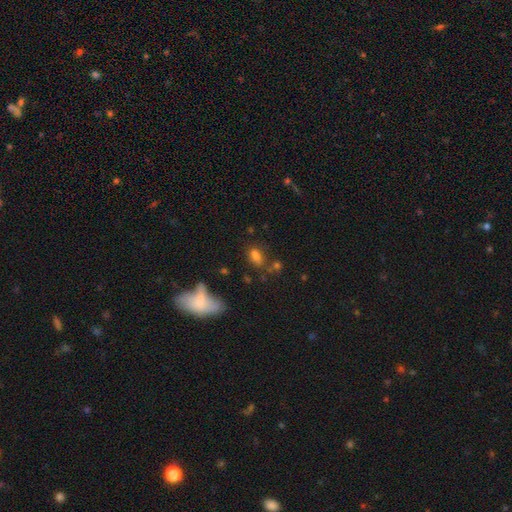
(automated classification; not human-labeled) smooth-or-featured: smooth: 74% | star or artifact: 16% | featured or disk: 9%
  how-rounded: in between: 82% | round: 11% | cigar-shaped: 7%
  merging: none: 60% | minor disturbance: 18% | merger: 14% | major disturbance: 9%